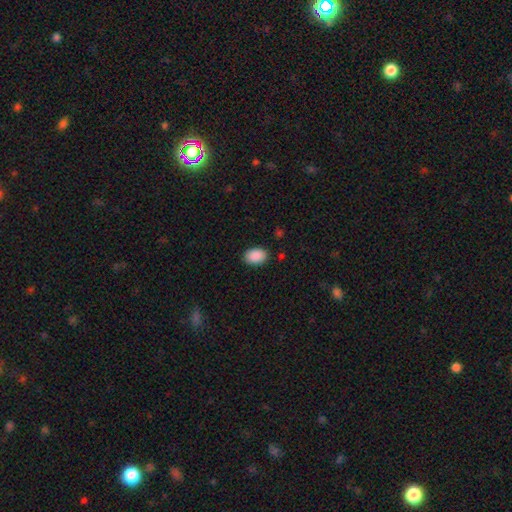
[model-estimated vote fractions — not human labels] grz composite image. It shows a smooth galaxy with no disk features (90%) that is in between round and cigar-shaped (86%). Merging: none (87%).